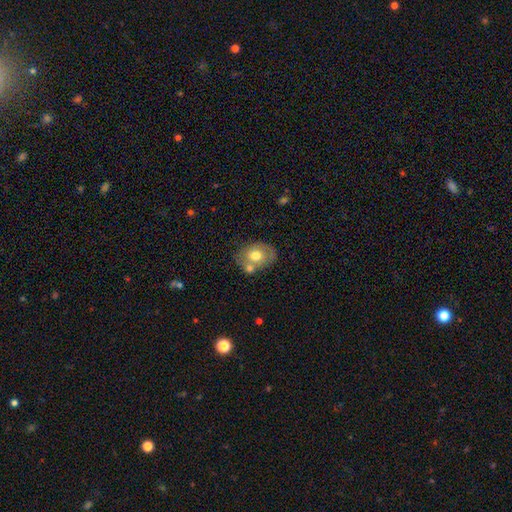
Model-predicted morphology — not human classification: A smooth galaxy with no disk features (65%) that is in between round and cigar-shaped (64%). Merging: none (52%).